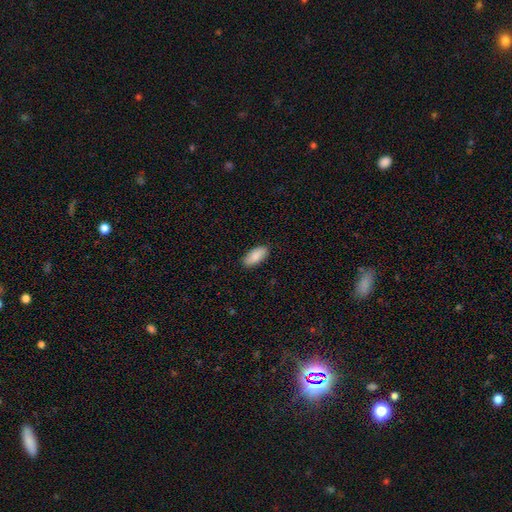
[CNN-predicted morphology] Overall: smooth (88%). How rounded: in between (91%). Merging: none (89%).